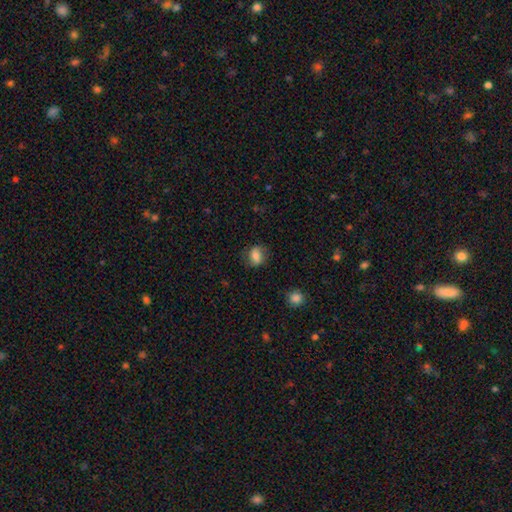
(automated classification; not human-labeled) Smooth or featured? Predicted: smooth (p=0.68). How rounded? Predicted: in between (p=0.58). Merging? Predicted: none (p=0.76).